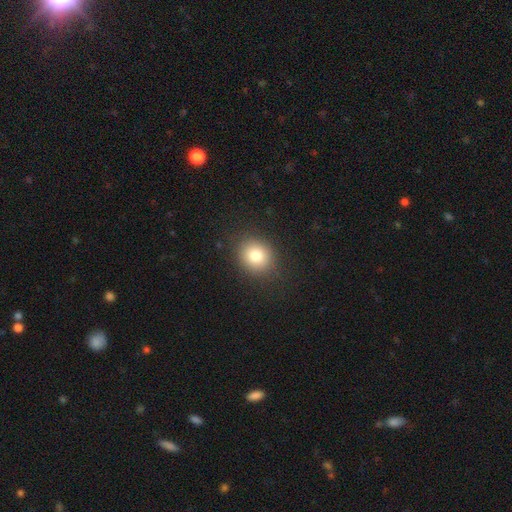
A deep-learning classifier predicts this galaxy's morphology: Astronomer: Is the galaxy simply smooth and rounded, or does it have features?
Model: smooth — 81%.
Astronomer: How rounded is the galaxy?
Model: round — 74%.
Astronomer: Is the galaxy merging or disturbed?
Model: none — 88%.